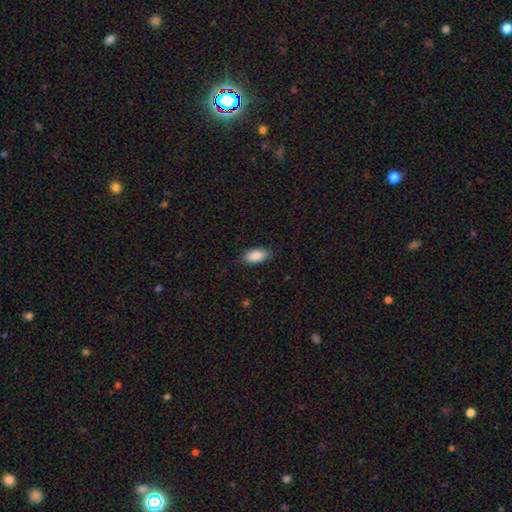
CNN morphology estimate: type=smooth (89%); roundness=in between (92%); merging=none (82%).